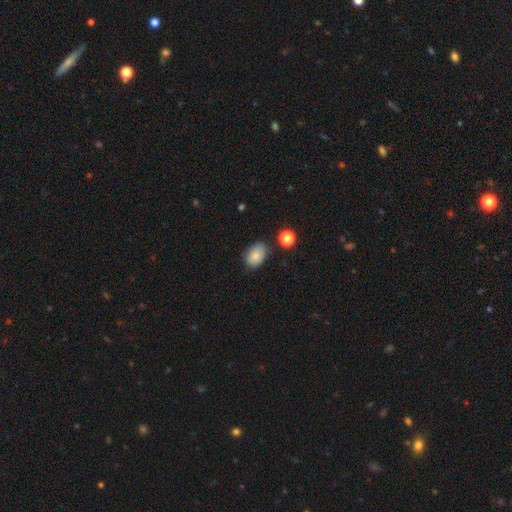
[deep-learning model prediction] Smooth or featured? Predicted: smooth (p=0.84). How rounded? Predicted: in between (p=0.81). Merging? Predicted: none (p=0.76).